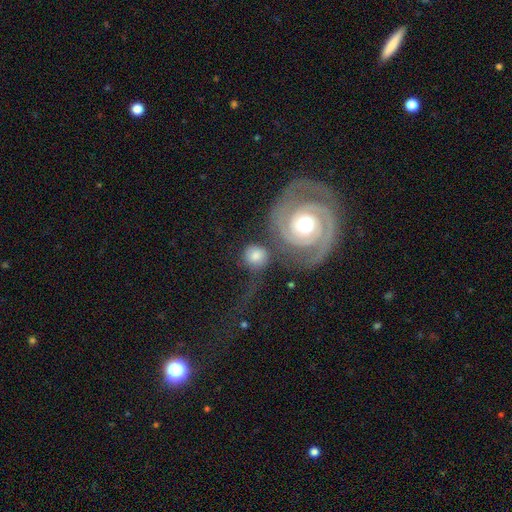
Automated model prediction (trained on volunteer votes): smooth_or_featured: smooth (p=0.58) [alt: featured or disk p=0.35]
how_rounded: round (p=0.84) [alt: in between p=0.15]
merging: none (p=0.48) [alt: merger p=0.28]